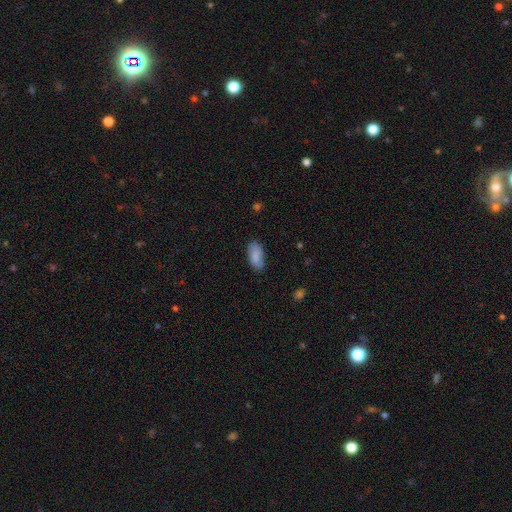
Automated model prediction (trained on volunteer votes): A smooth galaxy with no disk features (86%) that is in between round and cigar-shaped (90%).

Vote fractions:
- Smooth or featured? smooth: 86% / featured or disk: 8% / star or artifact: 6%
- How rounded? in between: 90% / cigar-shaped: 9% / round: 2%
- Merging? none: 82% / minor disturbance: 14% / major disturbance: 3% / merger: 1%